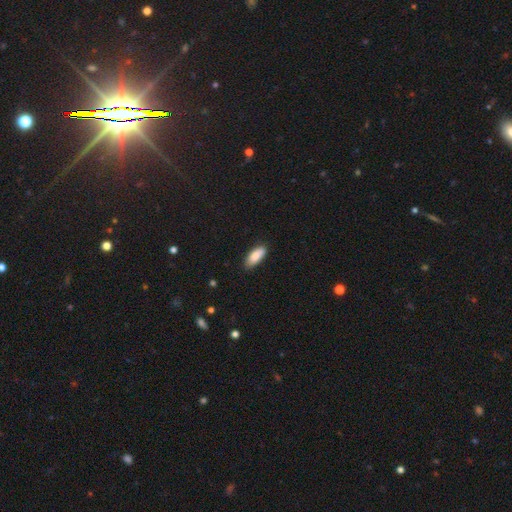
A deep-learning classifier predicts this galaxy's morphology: This is clearly a smooth galaxy (86%). How rounded: likely in between (77%). Merging: clearly none (80%).